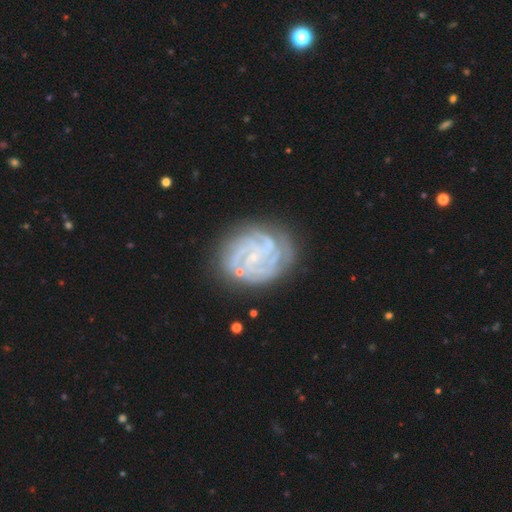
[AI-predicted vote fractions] Smooth or featured? Predicted: featured or disk (p=0.87). Edge-on disk? Predicted: no (p=0.98). Bar? Predicted: no (p=0.64). Spiral arms? Predicted: yes (p=0.98). Spiral winding? Predicted: tight (p=0.74). Spiral arm count? Predicted: 4 (p=0.31). Bulge size? Predicted: small (p=0.80). Merging? Predicted: none (p=0.78).